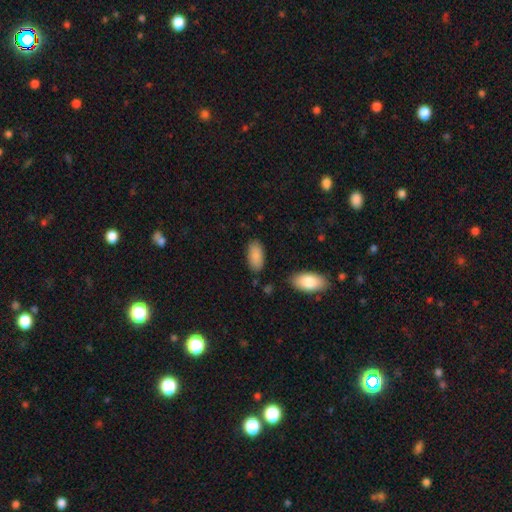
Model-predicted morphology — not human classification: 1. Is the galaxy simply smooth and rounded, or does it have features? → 88% smooth, 6% featured or disk, 6% star or artifact.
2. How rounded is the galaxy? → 93% in between, 5% cigar-shaped, 2% round.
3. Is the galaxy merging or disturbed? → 83% none, 11% minor disturbance, 3% merger, 3% major disturbance.